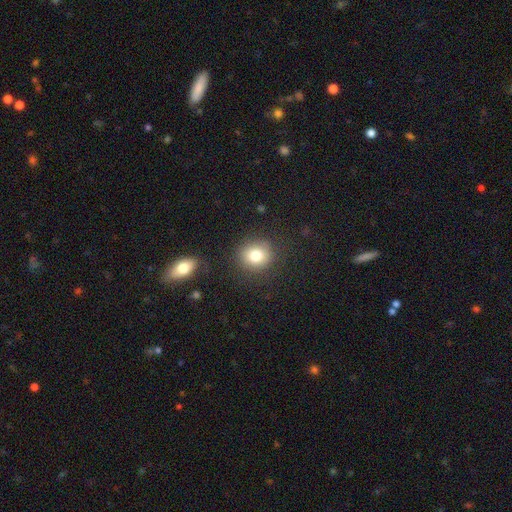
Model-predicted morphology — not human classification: Smooth or featured?
  - smooth: 80% *
  - star or artifact: 11%
  - featured or disk: 9%
How rounded?
  - round: 77% *
  - in between: 22%
  - cigar-shaped: 1%
Merging?
  - none: 84% *
  - minor disturbance: 10%
  - major disturbance: 4%
  - merger: 2%